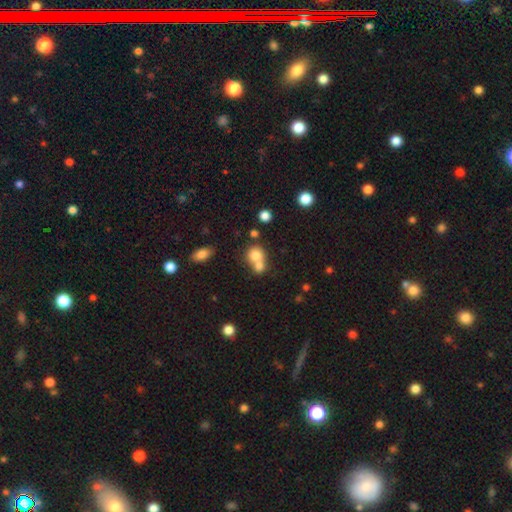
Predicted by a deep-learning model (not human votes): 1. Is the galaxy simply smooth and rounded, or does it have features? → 76% smooth, 12% featured or disk, 11% star or artifact.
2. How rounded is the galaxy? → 76% round, 23% in between, 1% cigar-shaped.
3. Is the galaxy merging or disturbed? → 58% merger, 32% none, 6% minor disturbance, 3% major disturbance.